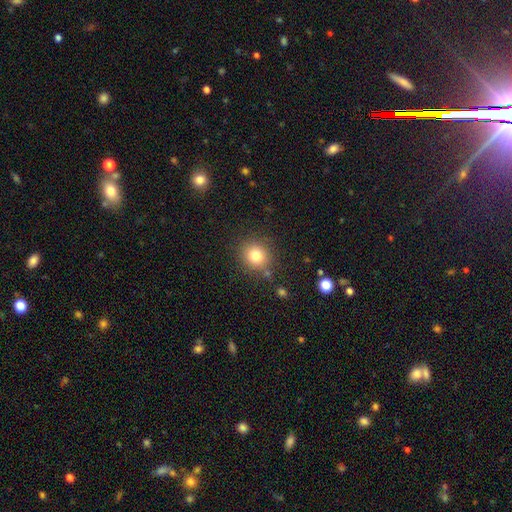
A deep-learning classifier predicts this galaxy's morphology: Smooth or featured? Predicted: smooth (p=0.80). How rounded? Predicted: round (p=0.84). Merging? Predicted: none (p=0.82).